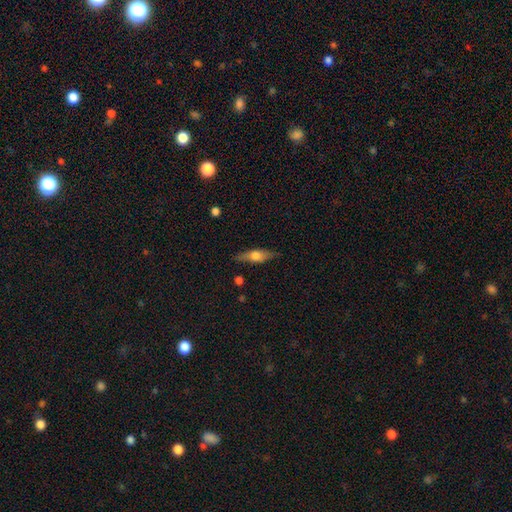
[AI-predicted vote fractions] Smooth or featured? smooth (49%)
Merging? none (83%)